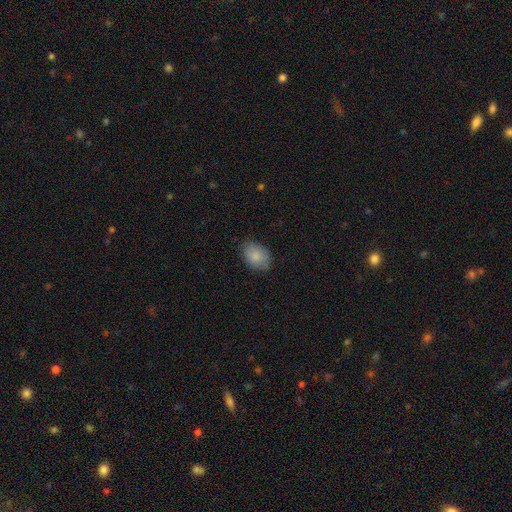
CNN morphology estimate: Smooth or featured: smooth — 86% (featured or disk — 7%)
How rounded: in between — 81% (round — 18%)
Merging: none — 80% (minor disturbance — 16%)